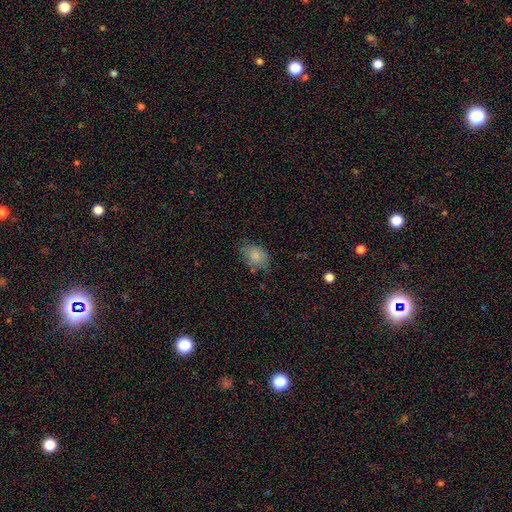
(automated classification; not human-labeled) This is clearly a smooth galaxy (83%). How rounded: likely in between (77%). Merging: likely none (64%).